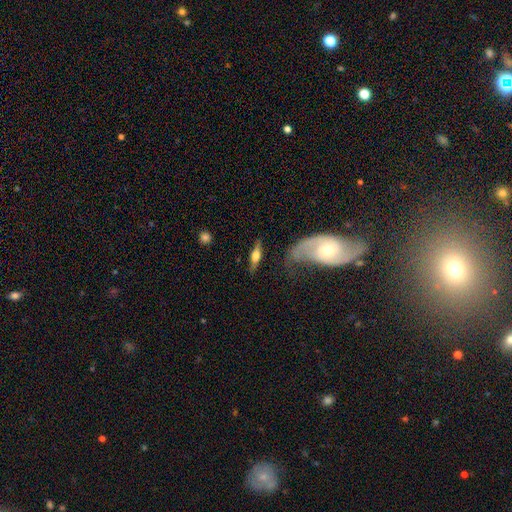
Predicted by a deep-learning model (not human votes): Smooth or featured? Predicted: featured or disk (p=0.62). Edge-on disk? Predicted: yes (p=0.87). Edge-on bulge? Predicted: rounded (p=0.92). Merging? Predicted: none (p=0.70).